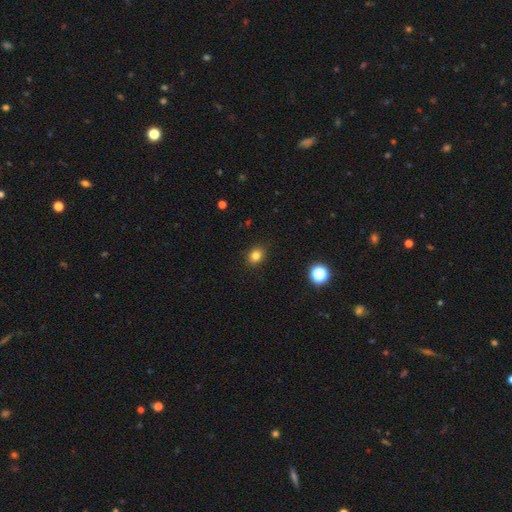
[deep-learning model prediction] Overall: smooth (82%). How rounded: round (59%; in between 40%). Merging: none (90%).